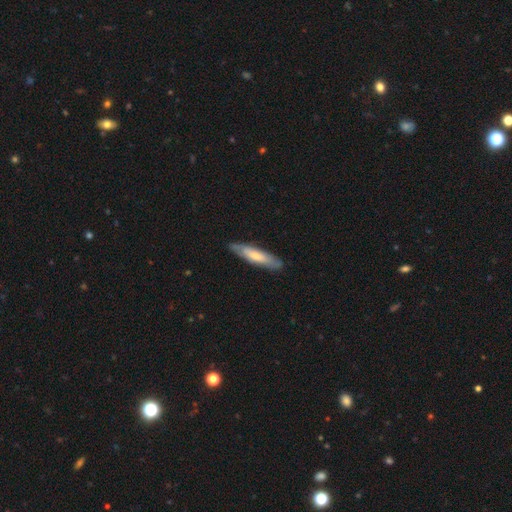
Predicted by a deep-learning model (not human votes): smooth_or_featured: smooth (p=0.62) [alt: featured or disk p=0.33]
how_rounded: cigar-shaped (p=0.79) [alt: in between p=0.20]
merging: none (p=0.83) [alt: minor disturbance p=0.14]